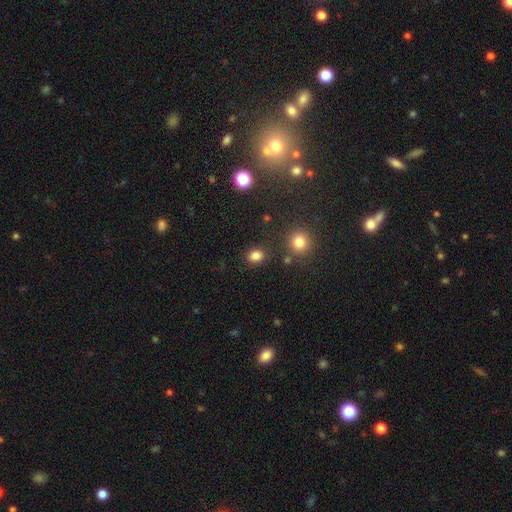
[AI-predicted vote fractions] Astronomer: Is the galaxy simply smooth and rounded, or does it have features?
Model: smooth — 83%.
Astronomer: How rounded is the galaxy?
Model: round — 52% (runner-up: in between, 47%).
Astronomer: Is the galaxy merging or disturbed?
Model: none — 82%.